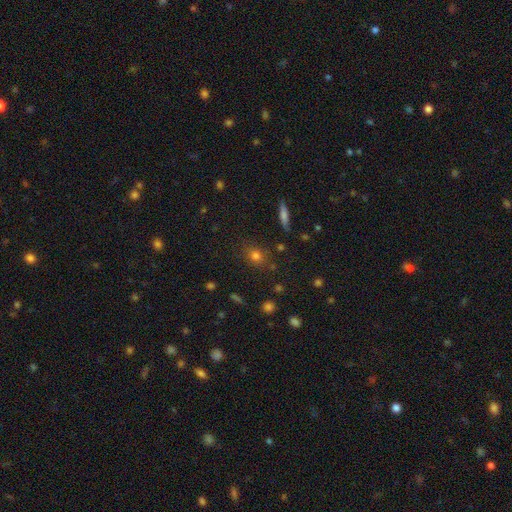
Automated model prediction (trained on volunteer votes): Smooth or featured? smooth (75%)
How rounded? round (63%)
Merging? none (81%)